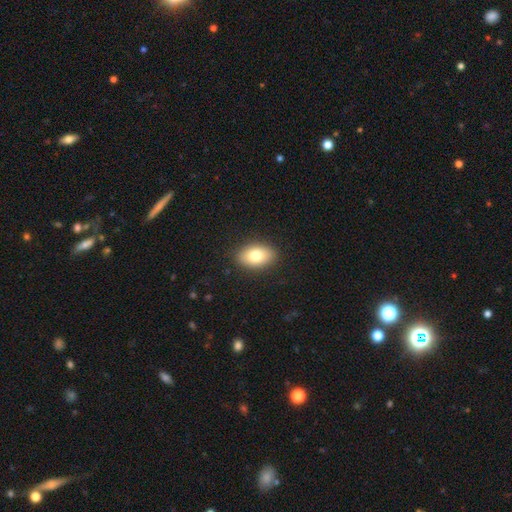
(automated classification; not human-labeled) A smooth galaxy with no disk features (79%) that is in between round and cigar-shaped (89%). Merging: none (89%).